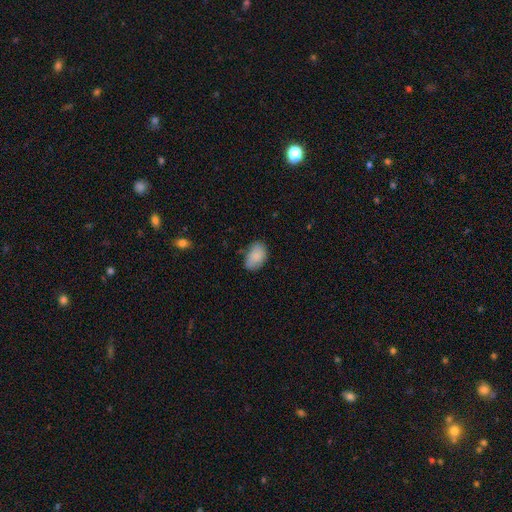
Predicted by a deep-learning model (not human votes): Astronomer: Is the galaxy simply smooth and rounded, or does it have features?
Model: smooth — 82%.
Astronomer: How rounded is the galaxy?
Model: in between — 86%.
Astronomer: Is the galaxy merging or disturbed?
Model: none — 59%.